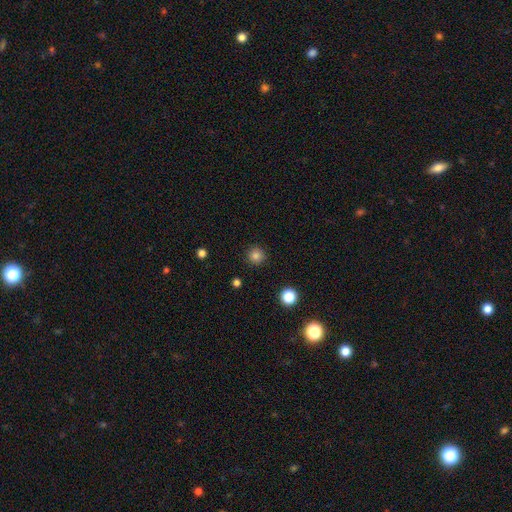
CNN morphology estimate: A smooth galaxy with no disk features (83%) that is round (96%). Merging: none (91%).